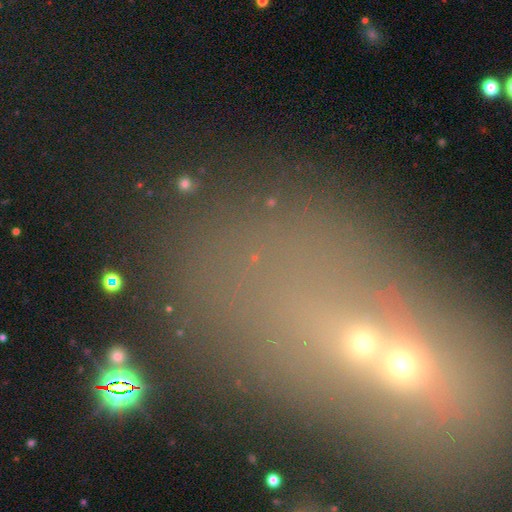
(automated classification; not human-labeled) Overall: star or artifact (42%; smooth 37%).